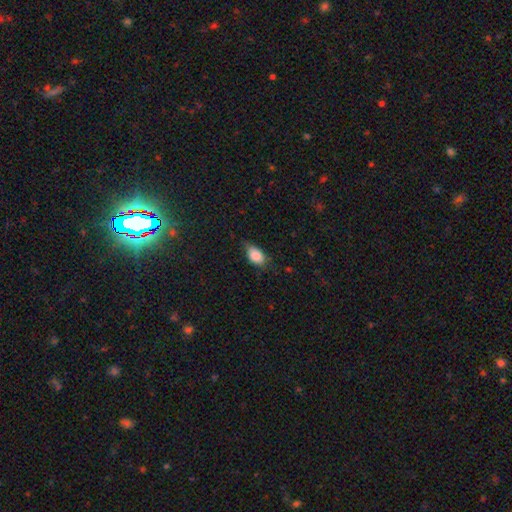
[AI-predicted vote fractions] A smooth galaxy with no disk features (85%) that is in between round and cigar-shaped (88%).

Vote fractions:
- Smooth or featured? smooth: 85% / star or artifact: 8% / featured or disk: 7%
- How rounded? in between: 88% / round: 9% / cigar-shaped: 3%
- Merging? none: 58% / minor disturbance: 33% / major disturbance: 8% / merger: 1%